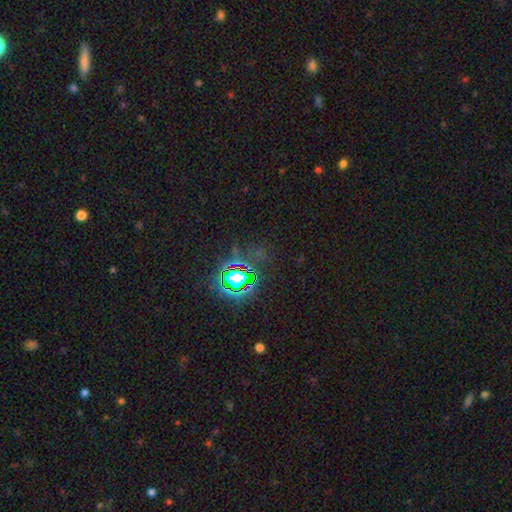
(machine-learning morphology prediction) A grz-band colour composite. It shows a star or artifact, not a galaxy (80%).